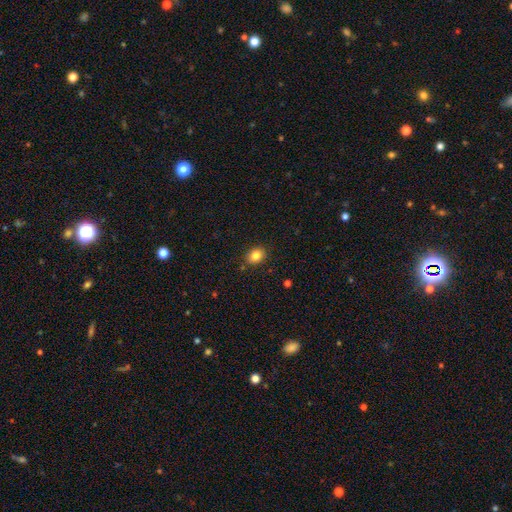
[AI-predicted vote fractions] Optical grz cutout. It shows a smooth galaxy with no disk features (84%) that is in between round and cigar-shaped (57%). Merging: none (86%).